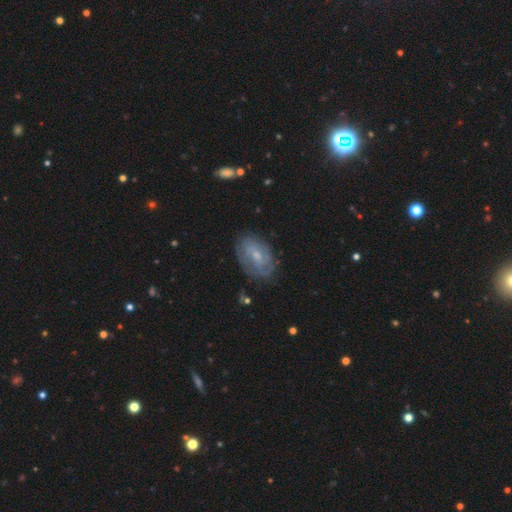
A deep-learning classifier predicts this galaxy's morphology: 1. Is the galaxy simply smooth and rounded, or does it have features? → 60% featured or disk, 27% smooth, 13% star or artifact.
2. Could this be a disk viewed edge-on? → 94% no, 6% yes.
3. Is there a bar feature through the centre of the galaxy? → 52% no, 39% weak, 9% strong.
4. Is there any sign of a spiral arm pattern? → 77% yes, 23% no.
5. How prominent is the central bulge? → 60% small, 33% moderate, 3% none, 2% large, 1% dominant.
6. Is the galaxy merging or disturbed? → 76% none, 17% minor disturbance, 6% major disturbance, 1% merger.